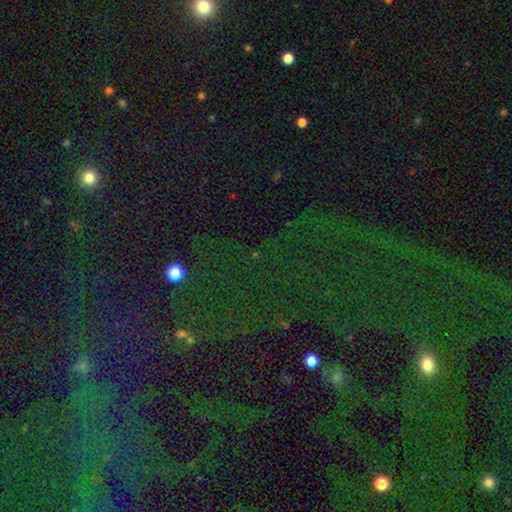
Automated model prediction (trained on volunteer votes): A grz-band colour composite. It shows a star or artifact, not a galaxy (78%).